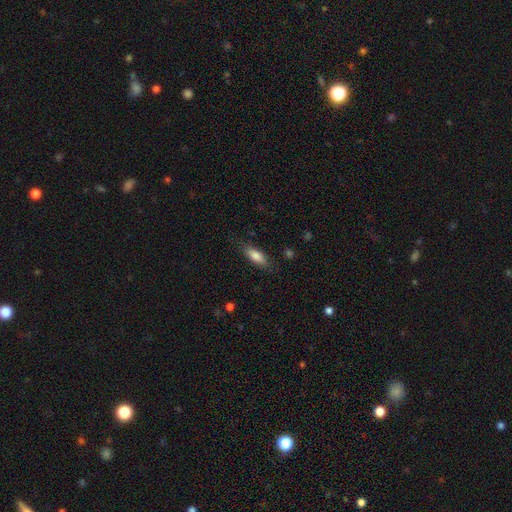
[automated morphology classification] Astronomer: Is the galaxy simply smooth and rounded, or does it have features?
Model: smooth — 81%.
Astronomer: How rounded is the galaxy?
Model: in between — 66%.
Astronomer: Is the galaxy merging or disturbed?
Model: none — 81%.